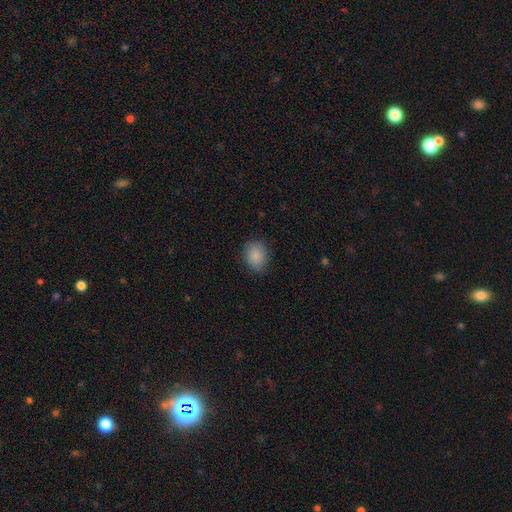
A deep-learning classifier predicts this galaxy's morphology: Smooth or featured?
  - smooth: 88% *
  - star or artifact: 8%
  - featured or disk: 4%
How rounded?
  - in between: 53% *
  - round: 46%
  - cigar-shaped: 1%
Merging?
  - none: 83% *
  - minor disturbance: 13%
  - major disturbance: 3%
  - merger: 1%